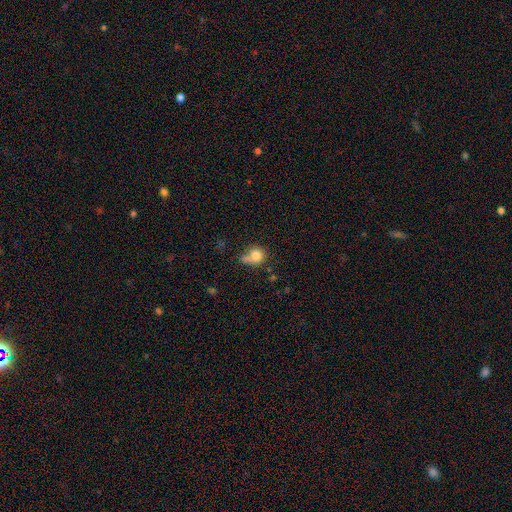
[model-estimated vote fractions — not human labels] Smooth or featured? Predicted: smooth (p=0.80). How rounded? Predicted: round (p=0.77). Merging? Predicted: none (p=0.41).